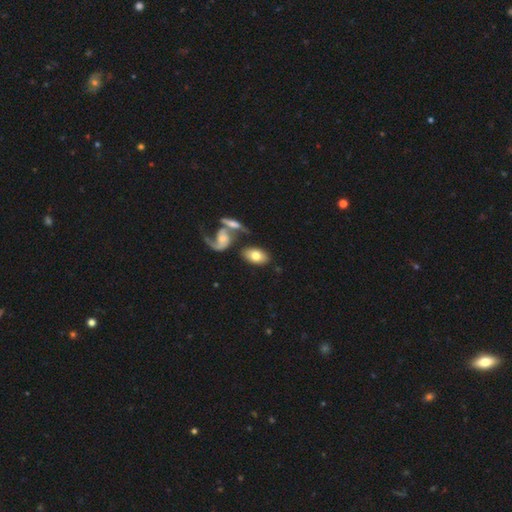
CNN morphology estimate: smooth-or-featured: smooth: 69% | featured or disk: 24% | star or artifact: 6%
  how-rounded: in between: 91% | round: 7% | cigar-shaped: 2%
  merging: none: 64% | merger: 17% | minor disturbance: 12% | major disturbance: 7%